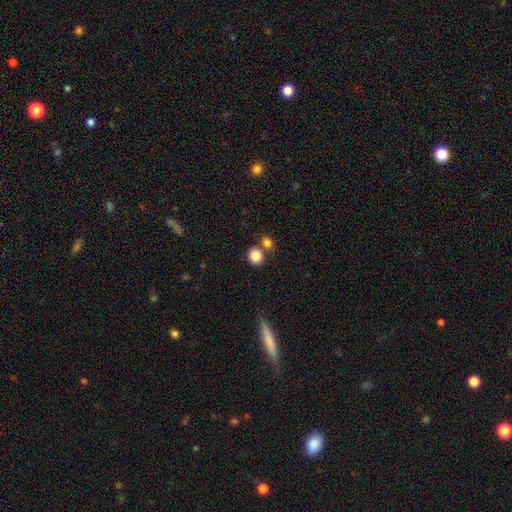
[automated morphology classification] A smooth galaxy with no disk features (86%) that is round (78%).

Vote fractions:
- Smooth or featured? smooth: 86% / star or artifact: 9% / featured or disk: 5%
- How rounded? round: 78% / in between: 21% / cigar-shaped: 1%
- Merging? none: 62% / merger: 26% / minor disturbance: 9% / major disturbance: 3%